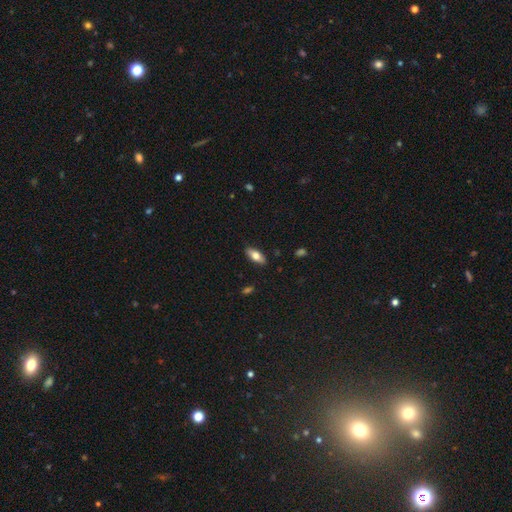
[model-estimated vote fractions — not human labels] Overall: smooth (72%). How rounded: in between (80%). Merging: none (88%).